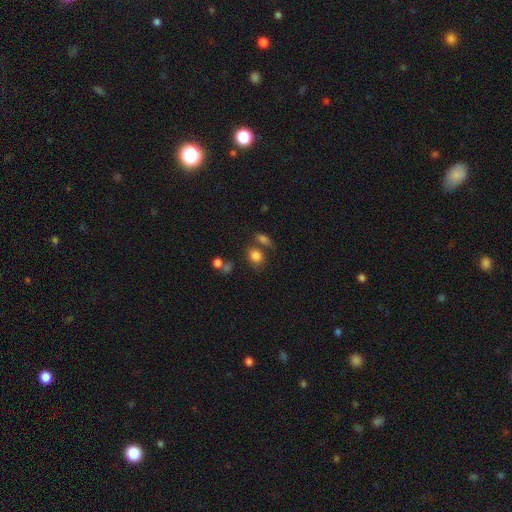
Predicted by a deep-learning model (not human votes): This appears to be a smooth galaxy with no disk features (81%) that is round (55%). Merging: none (59%).